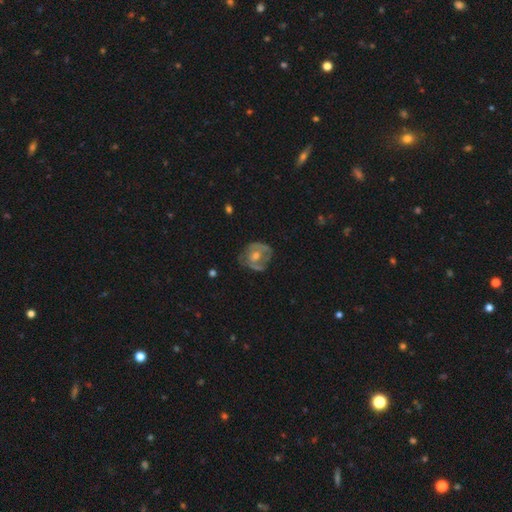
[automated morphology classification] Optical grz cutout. It shows a featured or disk galaxy (67%) with no bar (68%), spiral arms (58%) and a moderate central bulge (68%). Merging: none (66%).